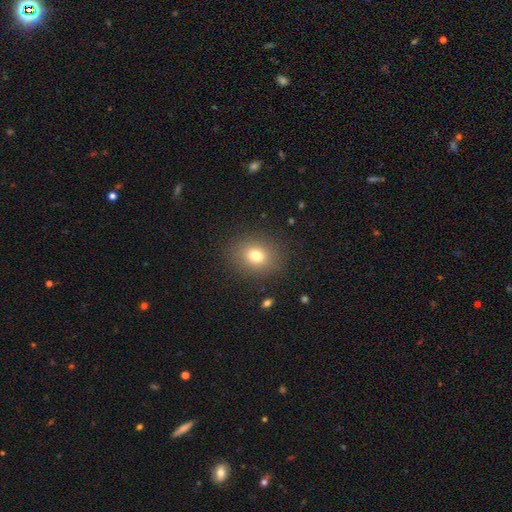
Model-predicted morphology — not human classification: Smooth or featured? Predicted: smooth (p=0.76). How rounded? Predicted: round (p=0.59). Merging? Predicted: none (p=0.88).